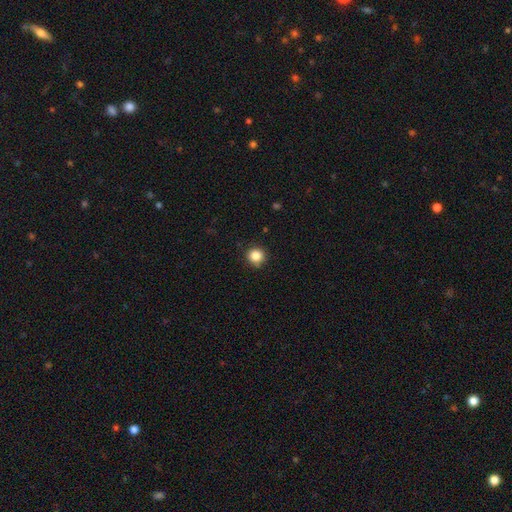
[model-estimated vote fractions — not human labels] smooth-or-featured: smooth: 85% | star or artifact: 11% | featured or disk: 4%
  how-rounded: round: 94% | in between: 5% | cigar-shaped: 1%
  merging: none: 90% | minor disturbance: 7% | major disturbance: 2% | merger: 1%